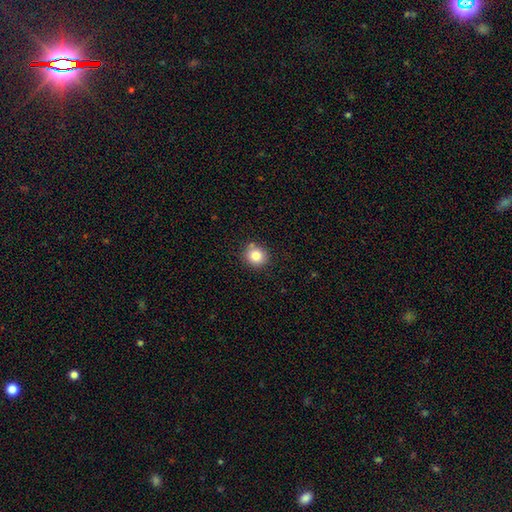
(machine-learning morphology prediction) Smooth or featured: smooth — 83% (star or artifact — 10%)
How rounded: round — 88% (in between — 11%)
Merging: none — 83% (minor disturbance — 11%)